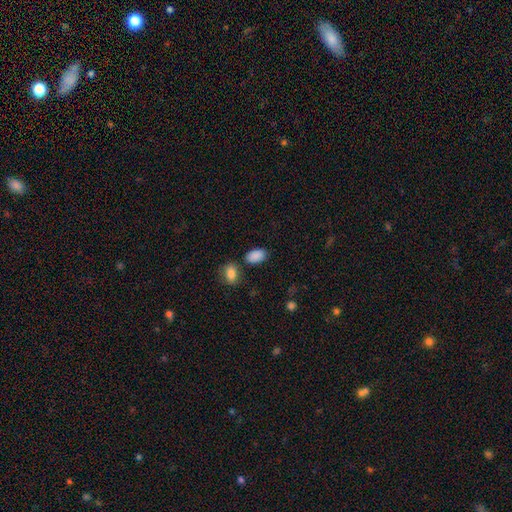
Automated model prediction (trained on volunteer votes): A smooth galaxy with no disk features (89%) that is in between round and cigar-shaped (92%). Merging: none (76%).